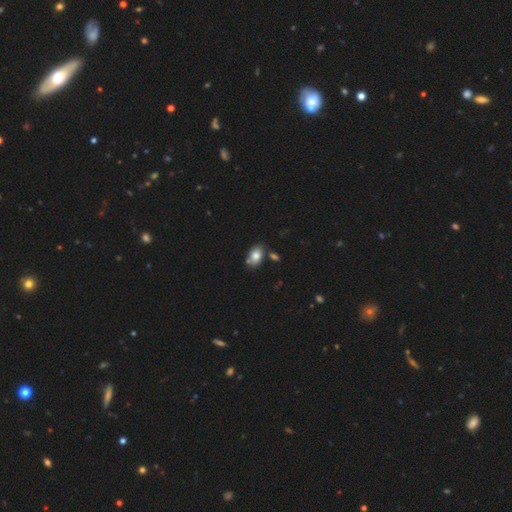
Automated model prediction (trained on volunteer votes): Smooth or featured: smooth — 81% (featured or disk — 11%)
How rounded: in between — 86% (round — 13%)
Merging: none — 70% (minor disturbance — 15%)